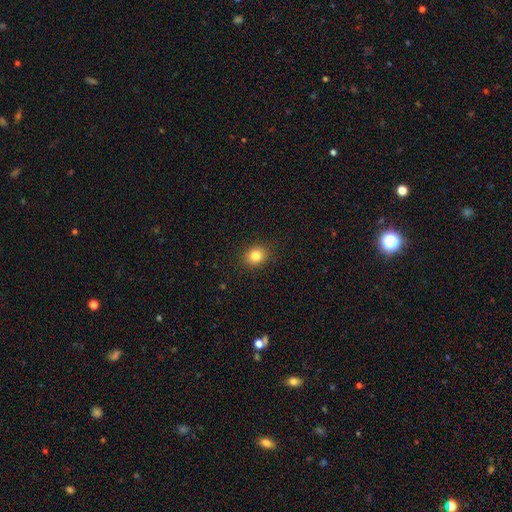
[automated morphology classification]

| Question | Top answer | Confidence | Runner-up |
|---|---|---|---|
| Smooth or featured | smooth | 83% | star or artifact (11%) |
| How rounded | round | 59% | in between (40%) |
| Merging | none | 89% | minor disturbance (7%) |